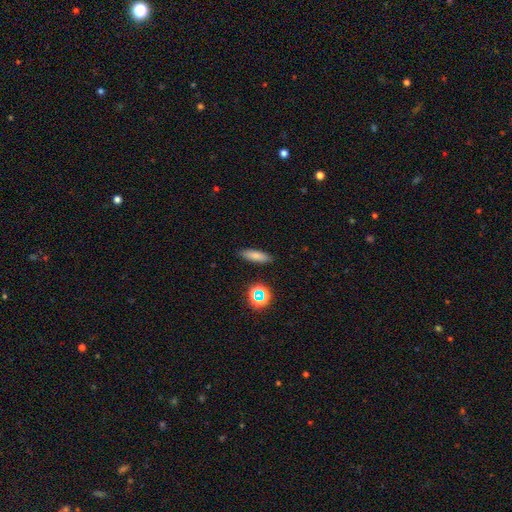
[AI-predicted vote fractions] Q: Smooth or featured?
A: smooth (77%); runner-up: star or artifact (12%)
Q: How rounded?
A: cigar-shaped (50%); runner-up: in between (46%)
Q: Merging?
A: none (88%); runner-up: minor disturbance (8%)